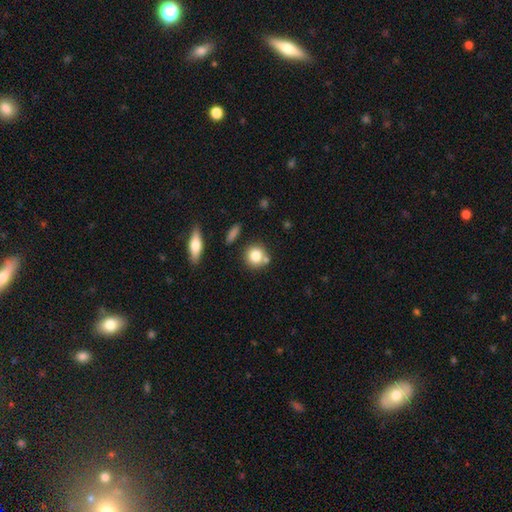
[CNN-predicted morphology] Smooth or featured?
  - smooth: 79% *
  - featured or disk: 11%
  - star or artifact: 9%
How rounded?
  - round: 87% *
  - in between: 12%
  - cigar-shaped: 2%
Merging?
  - none: 67% *
  - merger: 19%
  - minor disturbance: 10%
  - major disturbance: 3%